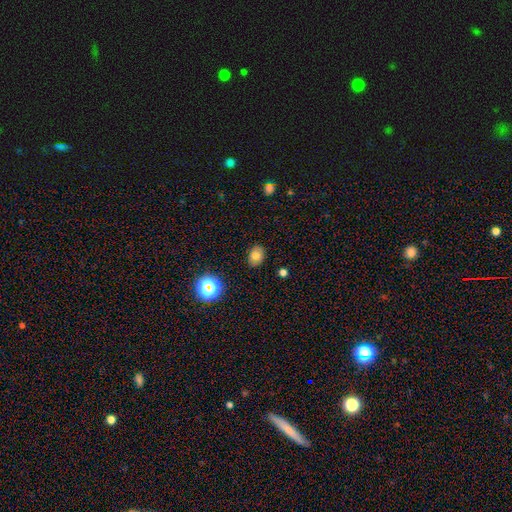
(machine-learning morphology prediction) smooth_or_featured: smooth (p=0.74) [alt: star or artifact p=0.13]
how_rounded: in between (p=0.65) [alt: round p=0.34]
merging: none (p=0.86) [alt: minor disturbance p=0.10]